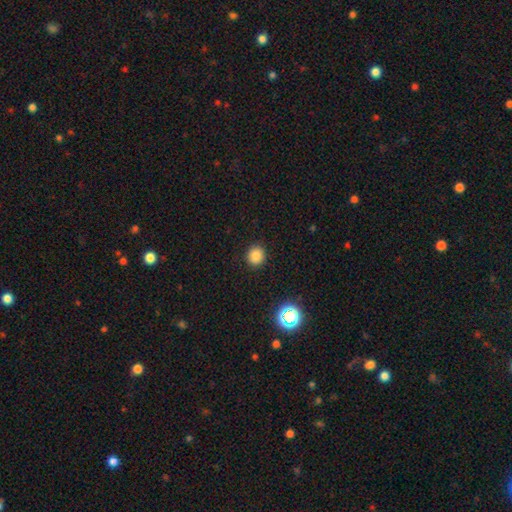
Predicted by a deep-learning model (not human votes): Smooth or featured: smooth — 83% (star or artifact — 13%)
How rounded: round — 84% (in between — 15%)
Merging: none — 91% (minor disturbance — 6%)